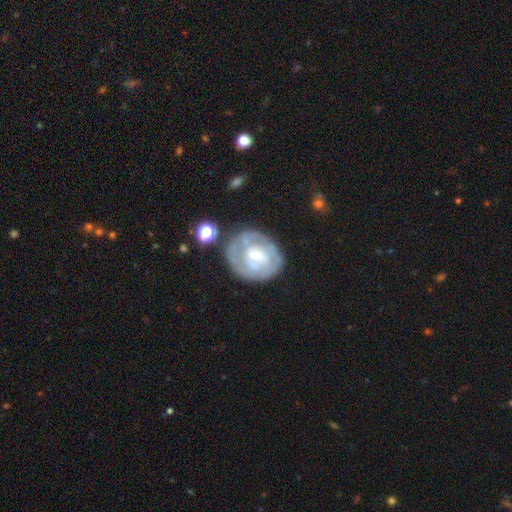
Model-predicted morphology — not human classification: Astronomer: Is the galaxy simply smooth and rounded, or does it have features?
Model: featured or disk — 69%.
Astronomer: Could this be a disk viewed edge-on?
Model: no — 97%.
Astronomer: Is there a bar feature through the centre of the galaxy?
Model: no — 49% (runner-up: weak, 39%).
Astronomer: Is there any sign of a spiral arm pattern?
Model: yes — 69%.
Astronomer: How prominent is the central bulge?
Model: moderate — 39%, tied with small at 39%.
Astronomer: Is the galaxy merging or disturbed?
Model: none — 63%.